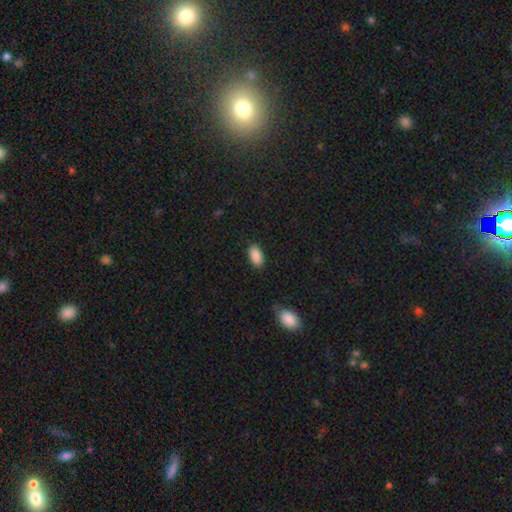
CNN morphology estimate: Q: Smooth or featured?
A: smooth (90%); runner-up: star or artifact (7%)
Q: How rounded?
A: in between (94%); runner-up: round (4%)
Q: Merging?
A: none (86%); runner-up: minor disturbance (10%)